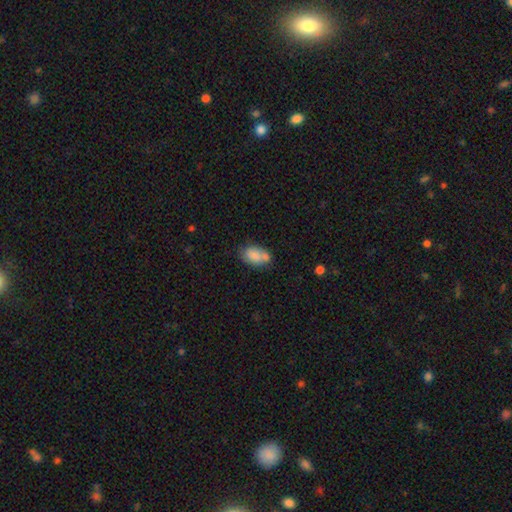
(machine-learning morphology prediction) The model was most divided on "merging": none: 45%, merger: 32%, minor disturbance: 18%, major disturbance: 5%. More confident: how rounded — in between (88%); smooth or featured — smooth (77%).